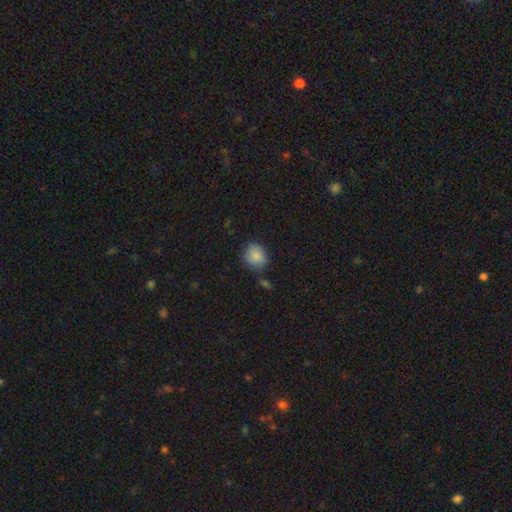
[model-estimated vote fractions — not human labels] A smooth galaxy with no disk features (86%) that is round (78%). Merging: none (71%).